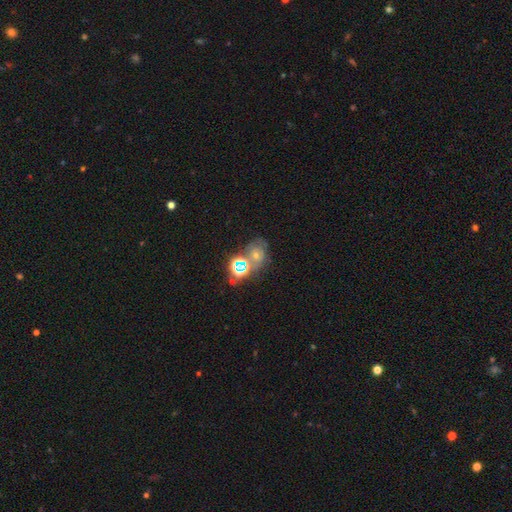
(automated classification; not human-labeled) This appears to be a star or artifact, not a galaxy (45%).